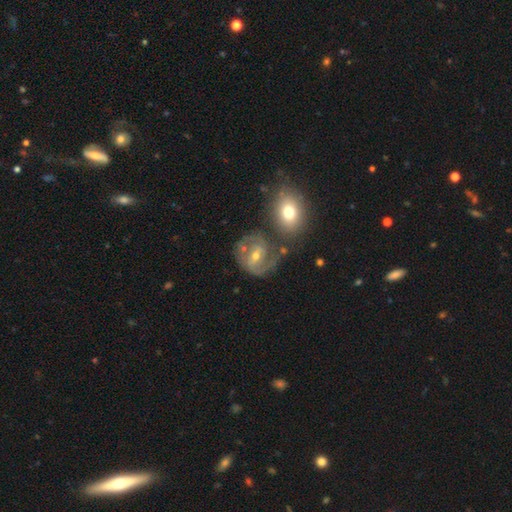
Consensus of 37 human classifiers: smooth_or_featured: featured or disk (p=0.81) [alt: smooth p=0.14]
disk_edge_on: no (p=0.97) [alt: yes p=0.03]
bar: strong (p=0.45) [alt: weak p=0.34]
has_spiral_arms: yes (p=0.97) [alt: no p=0.03]
spiral_winding: medium (p=0.61) [alt: tight p=0.36]
spiral_arm_count: 2 (p=1.00)
bulge_size: moderate (p=0.59) [alt: small p=0.41]
merging: none (p=0.63) [alt: major disturbance p=0.17]